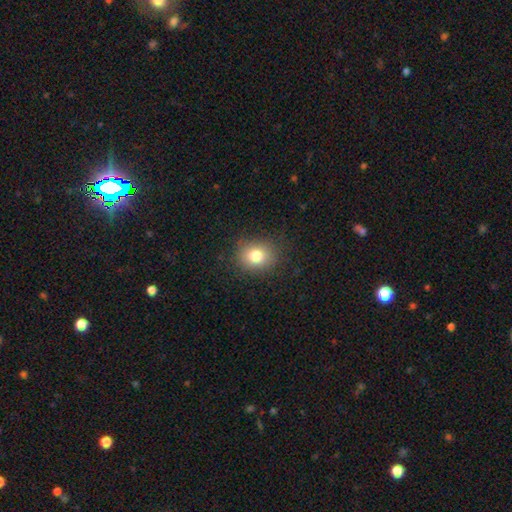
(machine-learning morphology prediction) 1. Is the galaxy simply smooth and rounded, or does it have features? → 80% smooth, 12% star or artifact, 8% featured or disk.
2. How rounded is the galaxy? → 68% round, 31% in between, 1% cigar-shaped.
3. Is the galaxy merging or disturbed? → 85% none, 10% minor disturbance, 4% major disturbance, 1% merger.